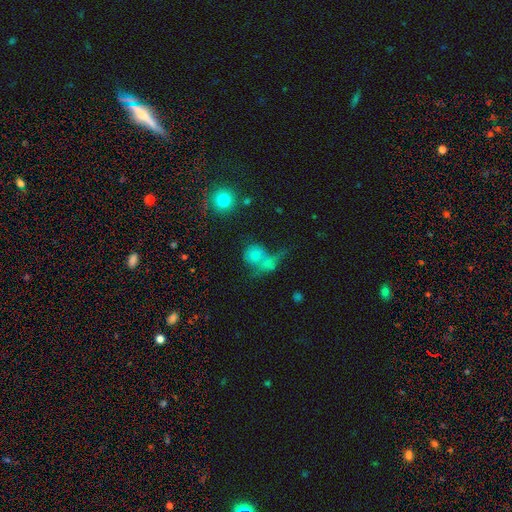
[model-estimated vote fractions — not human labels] Smooth or featured? smooth (59%)
How rounded? round (79%)
Merging? none (40%)